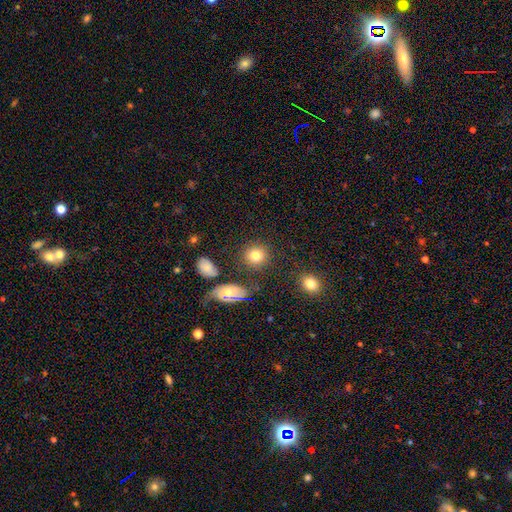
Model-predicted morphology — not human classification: A smooth galaxy with no disk features (79%) that is round (84%).

Vote fractions:
- Smooth or featured? smooth: 79% / star or artifact: 12% / featured or disk: 9%
- How rounded? round: 84% / in between: 14% / cigar-shaped: 1%
- Merging? none: 82% / minor disturbance: 9% / merger: 5% / major disturbance: 4%